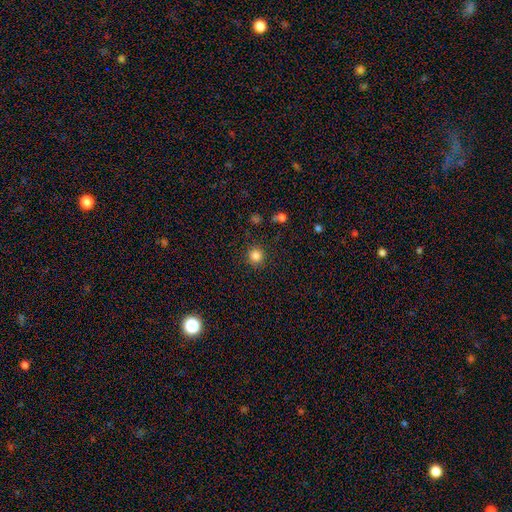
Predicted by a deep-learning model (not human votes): The model was most divided on "smooth or featured": smooth: 83%, star or artifact: 12%, featured or disk: 4%. More confident: how rounded — round (94%); merging — none (89%).